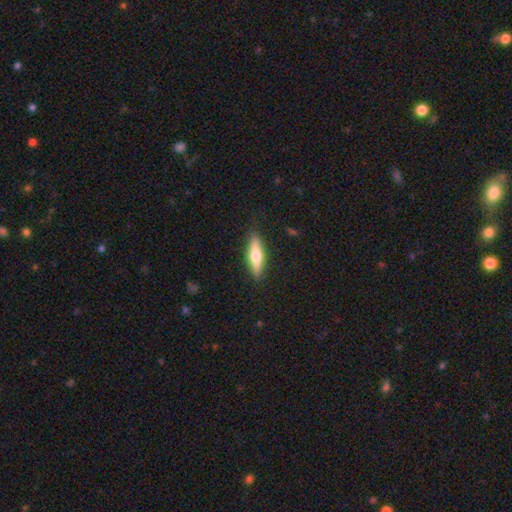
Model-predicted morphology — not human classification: Smooth or featured: smooth — 56% (featured or disk — 38%)
How rounded: cigar-shaped — 66% (in between — 32%)
Merging: none — 88% (minor disturbance — 9%)